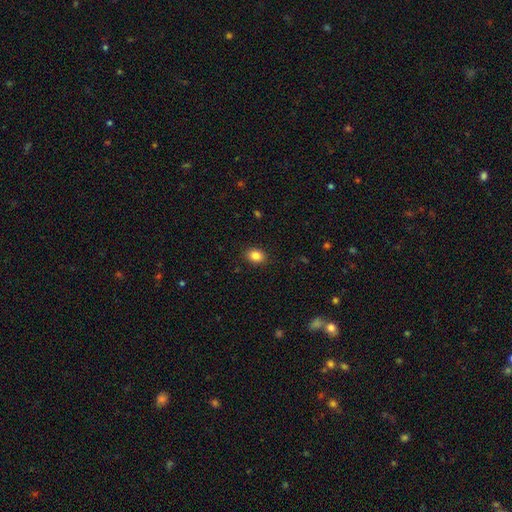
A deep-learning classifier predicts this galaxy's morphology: Overall: smooth (85%). How rounded: in between (61%; round 38%). Merging: none (89%).